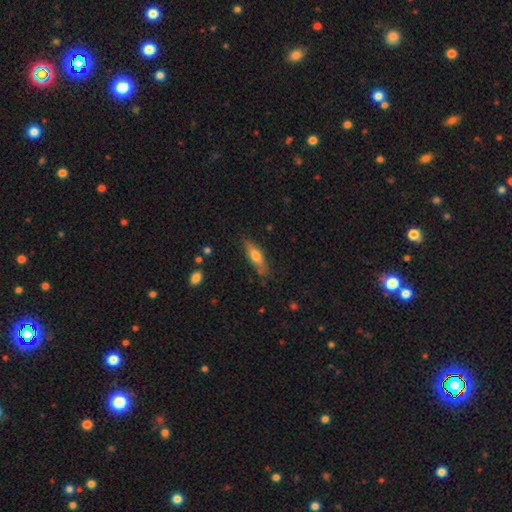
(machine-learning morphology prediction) This appears to be a smooth galaxy with no disk features (61%) that is cigar-shaped (55%). Merging: none (76%).